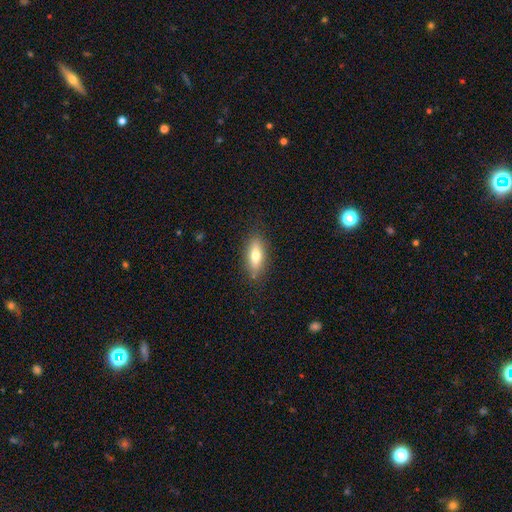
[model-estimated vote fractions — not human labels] Morphology: type=smooth (71%); roundness=in between (71%); merging=none (84%).